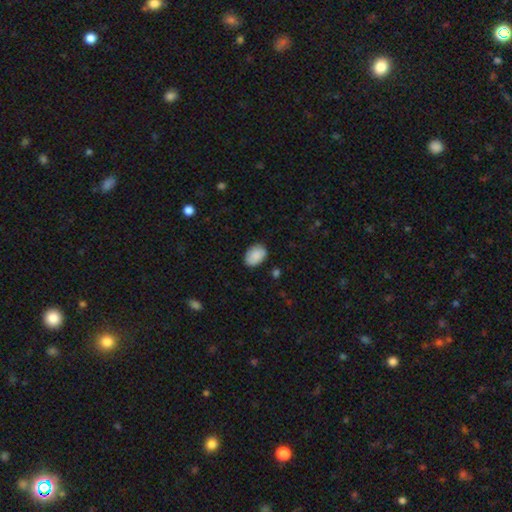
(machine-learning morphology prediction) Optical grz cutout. It shows a smooth galaxy with no disk features (88%) that is in between round and cigar-shaped (87%). Merging: none (81%).